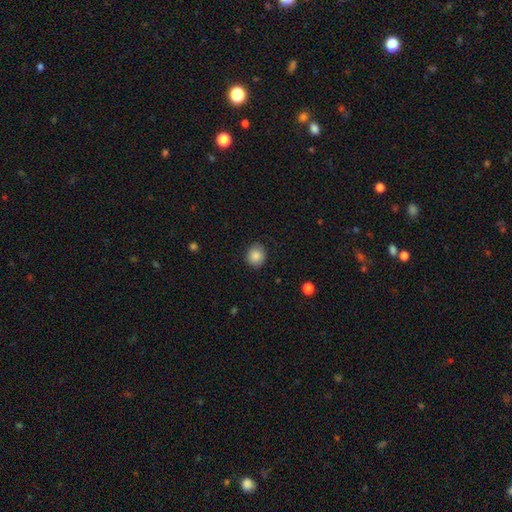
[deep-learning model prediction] A smooth galaxy with no disk features (87%) that is round (81%).

Vote fractions:
- Smooth or featured? smooth: 87% / star or artifact: 9% / featured or disk: 5%
- How rounded? round: 81% / in between: 18% / cigar-shaped: 1%
- Merging? none: 87% / minor disturbance: 9% / major disturbance: 2% / merger: 1%